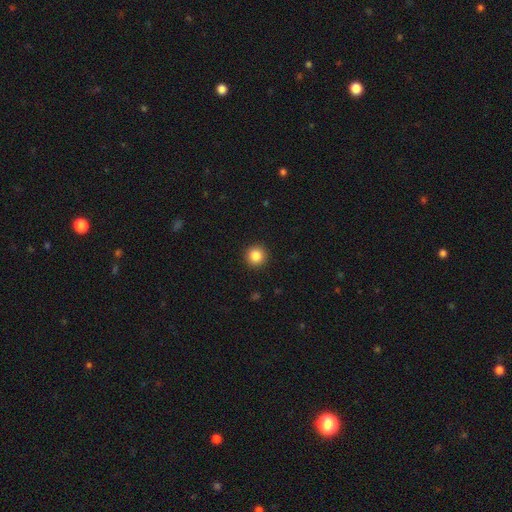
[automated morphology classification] smooth_or_featured: smooth (p=0.85) [alt: star or artifact p=0.10]
how_rounded: round (p=0.95) [alt: in between p=0.04]
merging: none (p=0.93) [alt: minor disturbance p=0.05]